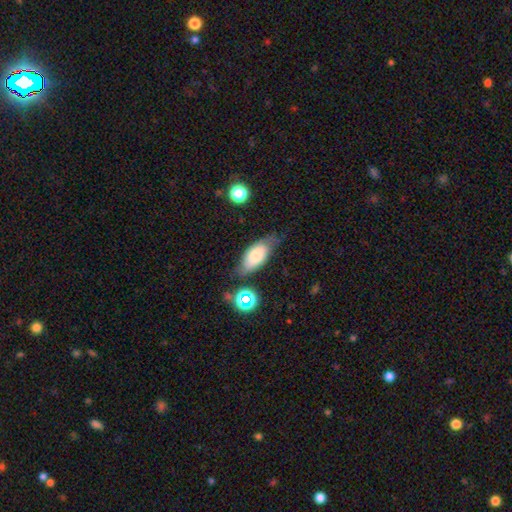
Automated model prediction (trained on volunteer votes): Smooth or featured? Predicted: smooth (p=0.69). How rounded? Predicted: in between (p=0.85). Merging? Predicted: none (p=0.58).